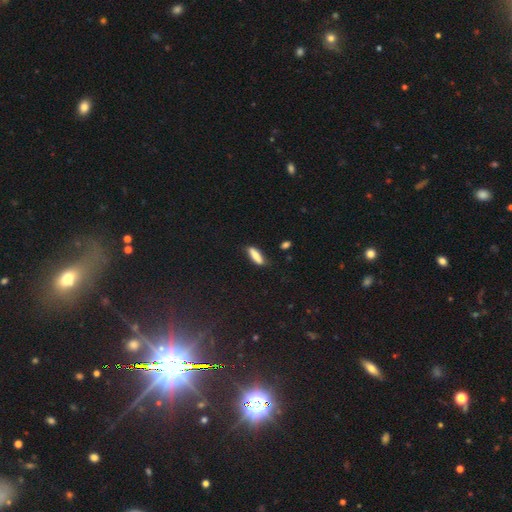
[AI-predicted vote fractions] Morphology: type=smooth (79%); roundness=cigar-shaped (60%); merging=none (76%).